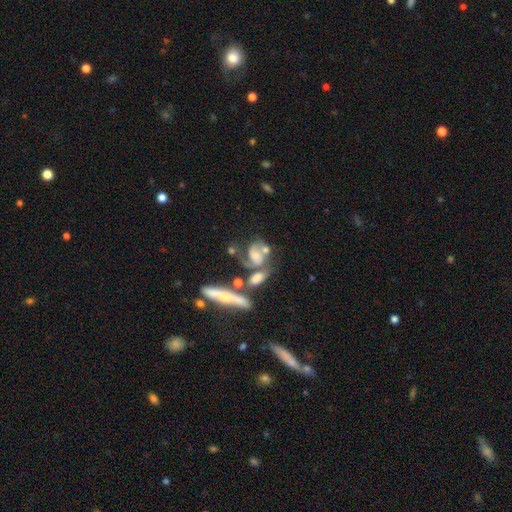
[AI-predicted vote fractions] The model was most divided on "bulge size": moderate: 33%, small: 29%, none: 24%, large: 11%, dominant: 3%. Remaining: edge-on disk — no (90%); spiral arms — yes (75%); bar — no (66%); smooth or featured — featured or disk (64%); merging — merger (39%).